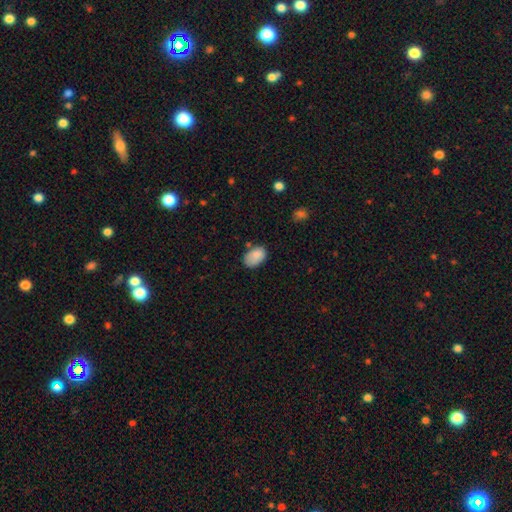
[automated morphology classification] Q: Smooth or featured?
A: smooth (84%); runner-up: star or artifact (8%)
Q: How rounded?
A: in between (87%); runner-up: round (12%)
Q: Merging?
A: none (62%); runner-up: minor disturbance (26%)